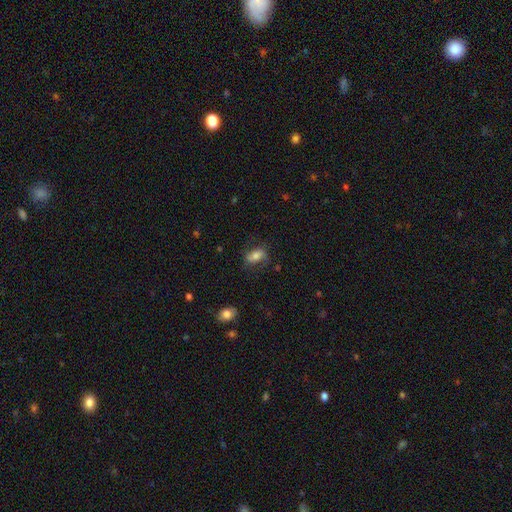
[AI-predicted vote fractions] smooth_or_featured: smooth (p=0.60) [alt: featured or disk p=0.30]
how_rounded: in between (p=0.83) [alt: round p=0.14]
merging: none (p=0.63) [alt: minor disturbance p=0.23]